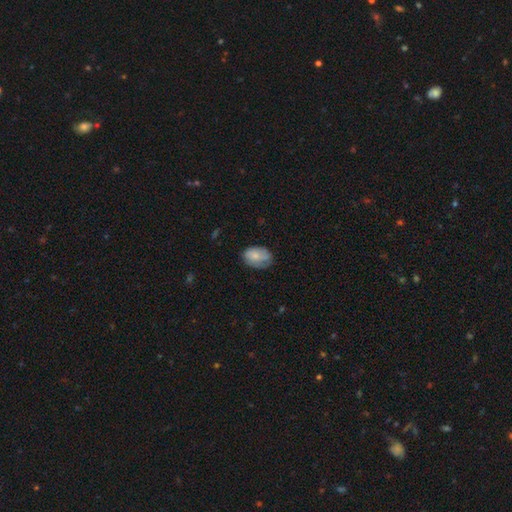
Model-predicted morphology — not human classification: Smooth or featured? Predicted: smooth (p=0.73). How rounded? Predicted: in between (p=0.84). Merging? Predicted: none (p=0.58).